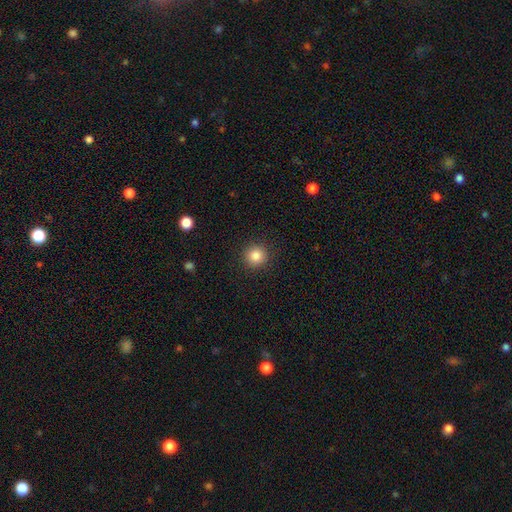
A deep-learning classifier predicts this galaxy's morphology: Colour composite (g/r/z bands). It shows a smooth galaxy with no disk features (85%) that is round (94%). Merging: none (91%).